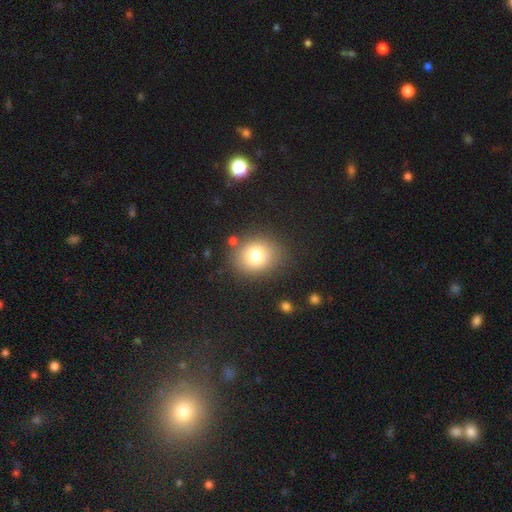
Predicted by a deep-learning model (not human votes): A smooth galaxy with no disk features (77%) that is round (66%).

Vote fractions:
- Smooth or featured? smooth: 77% / star or artifact: 12% / featured or disk: 11%
- How rounded? round: 66% / in between: 33% / cigar-shaped: 1%
- Merging? none: 81% / minor disturbance: 11% / major disturbance: 4% / merger: 4%